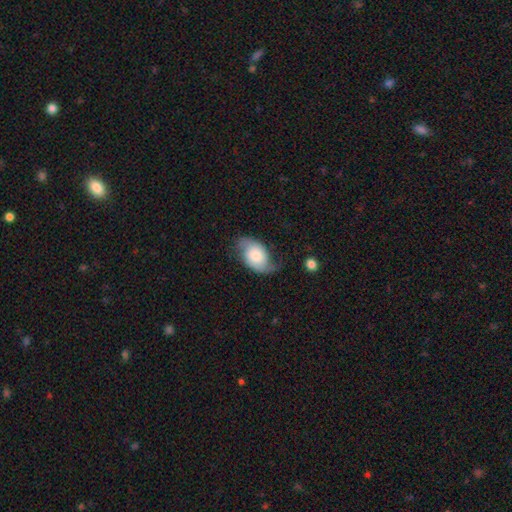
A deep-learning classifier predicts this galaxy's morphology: A featured or disk galaxy (57%) with no bar (72%), spiral arms (89%) and a moderate central bulge (34%).

Vote fractions:
- Smooth or featured? featured or disk: 57% / smooth: 36% / star or artifact: 7%
- Edge-on disk? no: 96% / yes: 4%
- Bar? no: 72% / weak: 23% / strong: 5%
- Spiral arms? yes: 89% / no: 11%
- Bulge size? moderate: 34% / small: 26% / large: 23% / dominant: 10% / none: 7%
- Merging? none: 54% / minor disturbance: 28% / major disturbance: 15% / merger: 2%